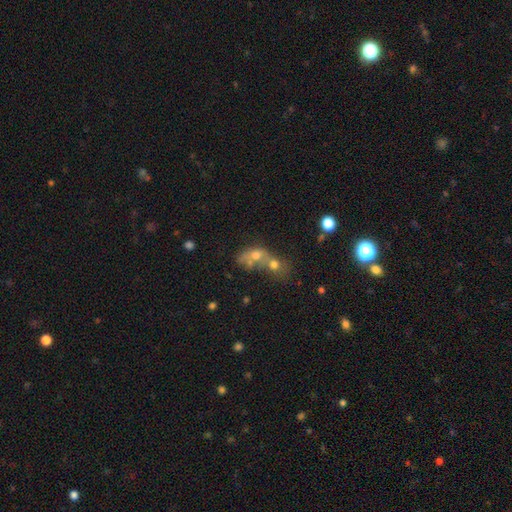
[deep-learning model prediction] This appears to be a smooth galaxy with no disk features (54%) that is in between round and cigar-shaped (54%). Merging: merger (69%).